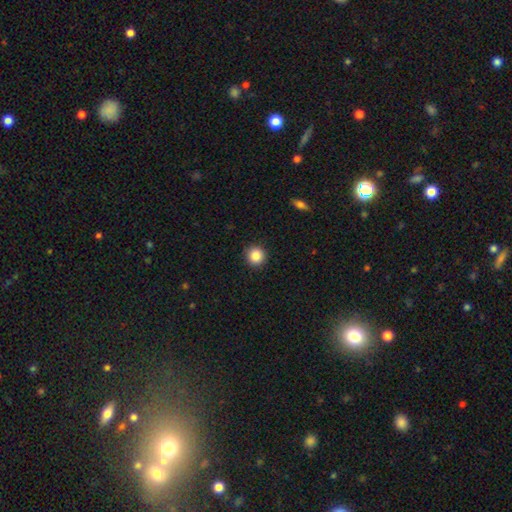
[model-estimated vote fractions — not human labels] Smooth or featured?
  - smooth: 86% *
  - star or artifact: 10%
  - featured or disk: 4%
How rounded?
  - round: 93% *
  - in between: 6%
  - cigar-shaped: 1%
Merging?
  - none: 92% *
  - minor disturbance: 5%
  - major disturbance: 2%
  - merger: 1%